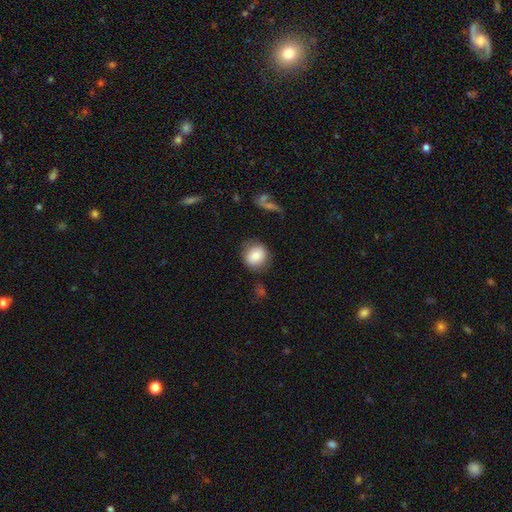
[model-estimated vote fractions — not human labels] Smooth or featured? smooth (78%)
How rounded? round (81%)
Merging? none (74%)